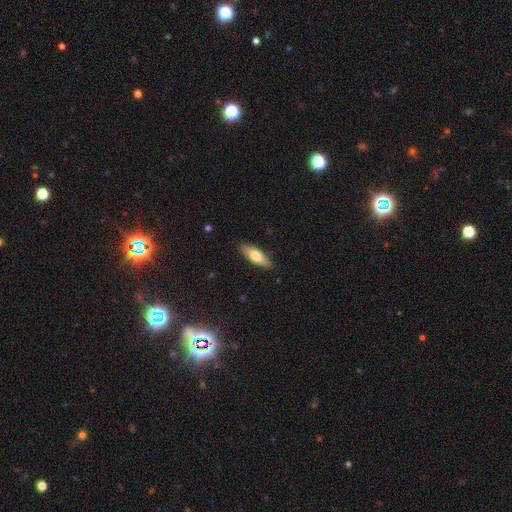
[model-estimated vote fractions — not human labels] smooth_or_featured: smooth (p=0.67) [alt: featured or disk p=0.27]
how_rounded: in between (p=0.55) [alt: cigar-shaped p=0.43]
merging: none (p=0.87) [alt: minor disturbance p=0.10]